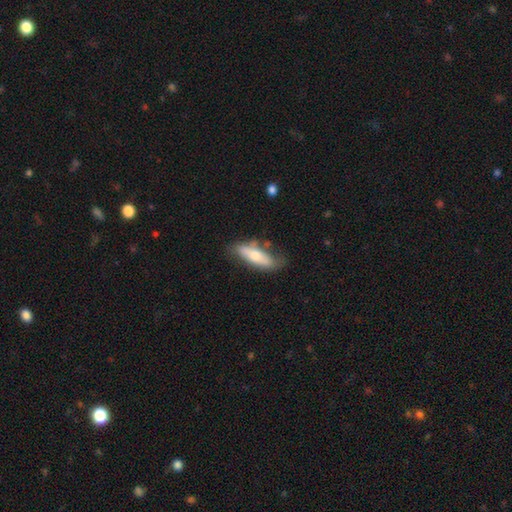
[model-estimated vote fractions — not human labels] Q: Smooth or featured?
A: smooth (61%); runner-up: featured or disk (33%)
Q: How rounded?
A: in between (53%); runner-up: cigar-shaped (45%)
Q: Merging?
A: none (59%); runner-up: minor disturbance (26%)